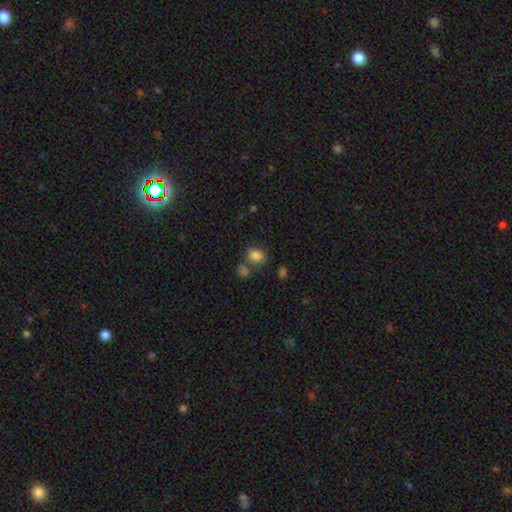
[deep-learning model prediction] Smooth or featured? Predicted: smooth (p=0.83). How rounded? Predicted: in between (p=0.64). Merging? Predicted: none (p=0.60).